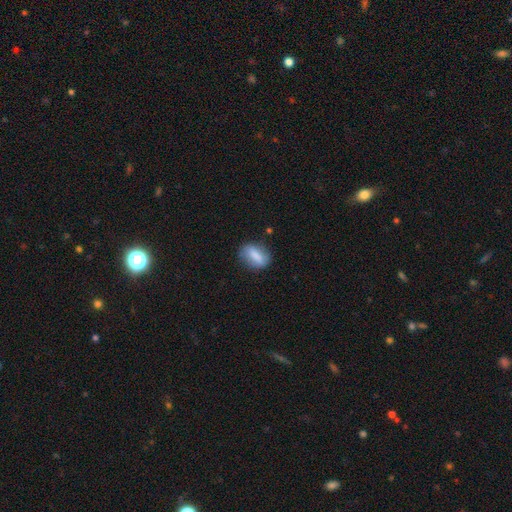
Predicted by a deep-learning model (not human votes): smooth 75%, featured or disk 17%, star or artifact 8%. Down the decision tree: how rounded — in between (77%); merging — none (74%).